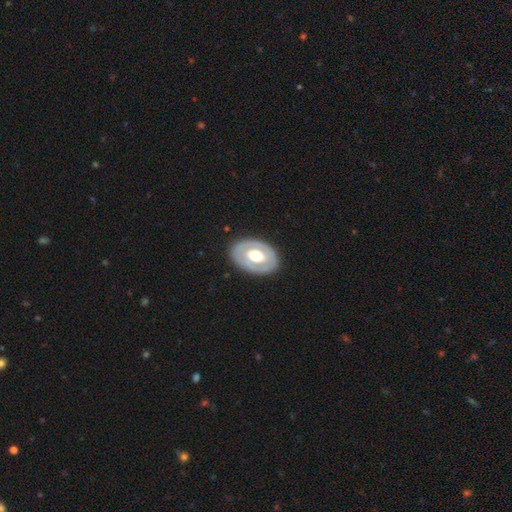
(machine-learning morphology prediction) Smooth or featured: featured or disk — 57% (smooth — 39%)
Edge-on disk: no — 92% (yes — 8%)
Bar: no — 80% (weak — 14%)
Spiral arms: no — 86% (yes — 14%)
Bulge size: moderate — 52% (large — 41%)
Merging: none — 83% (minor disturbance — 12%)